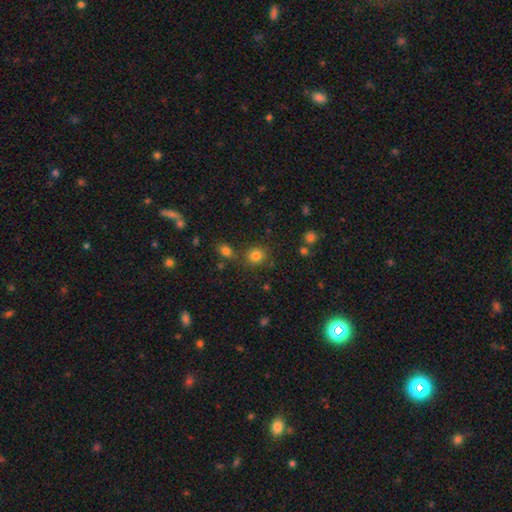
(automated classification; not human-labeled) A smooth galaxy with no disk features (81%) that is round (84%). Merging: none (77%).